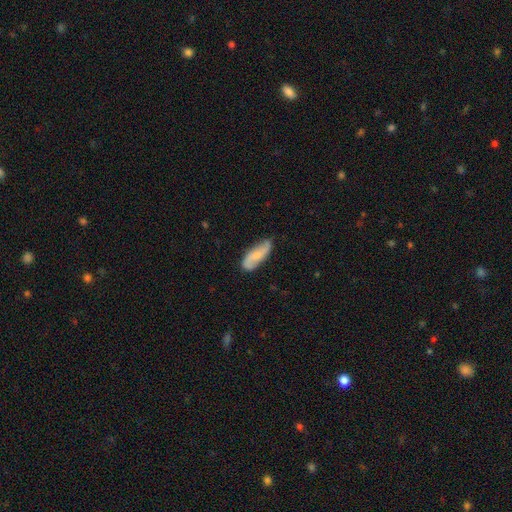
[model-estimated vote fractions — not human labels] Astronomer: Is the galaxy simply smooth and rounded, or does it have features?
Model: featured or disk — 48% (runner-up: smooth, 46%).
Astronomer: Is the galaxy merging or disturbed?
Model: none — 76%.